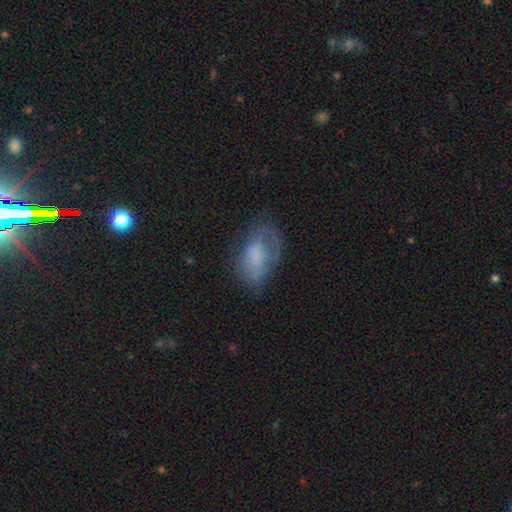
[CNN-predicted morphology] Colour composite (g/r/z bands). It shows a smooth galaxy with no disk features (57%) that is in between round and cigar-shaped (90%). Merging: none (46%).